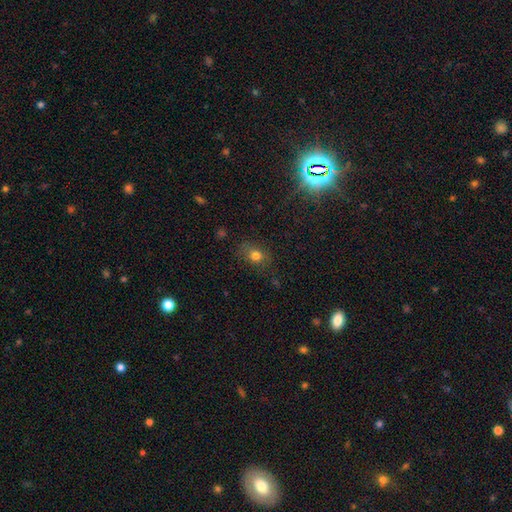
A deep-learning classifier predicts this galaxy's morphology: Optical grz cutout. It shows a smooth galaxy with no disk features (76%) that is round (50%). Merging: none (75%).